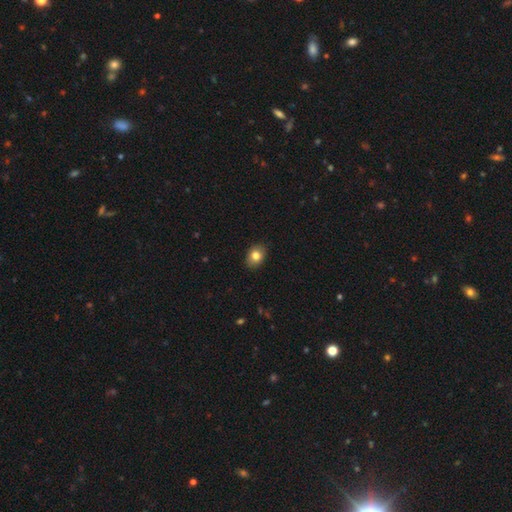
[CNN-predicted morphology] type=smooth (82%); roundness=in between (67%); merging=none (87%).